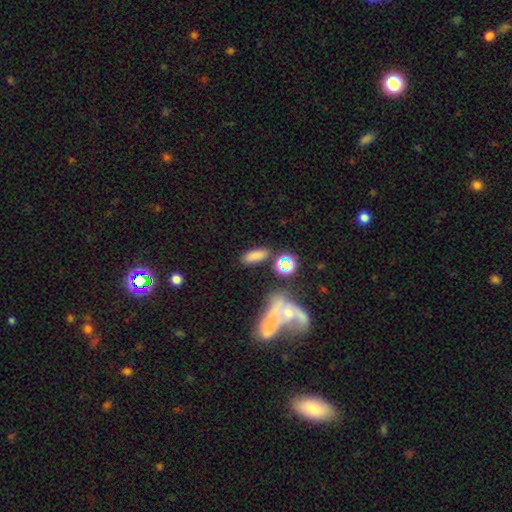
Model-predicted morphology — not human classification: Smooth or featured: smooth — 77% (star or artifact — 13%)
How rounded: in between — 68% (cigar-shaped — 26%)
Merging: none — 75% (minor disturbance — 11%)